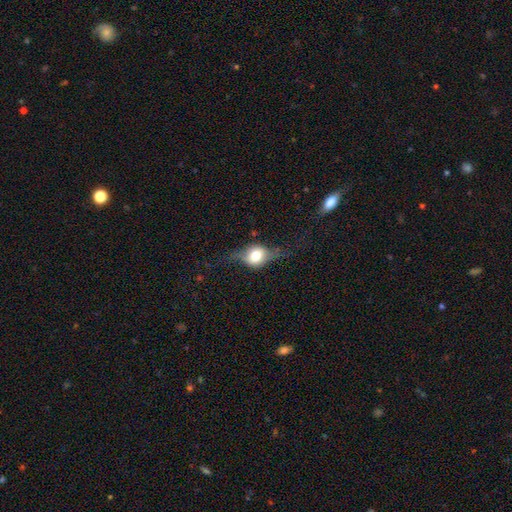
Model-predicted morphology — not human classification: Smooth or featured? featured or disk (60%)
Edge-on disk? yes (85%)
Edge-on bulge? rounded (93%)
Merging? none (64%)